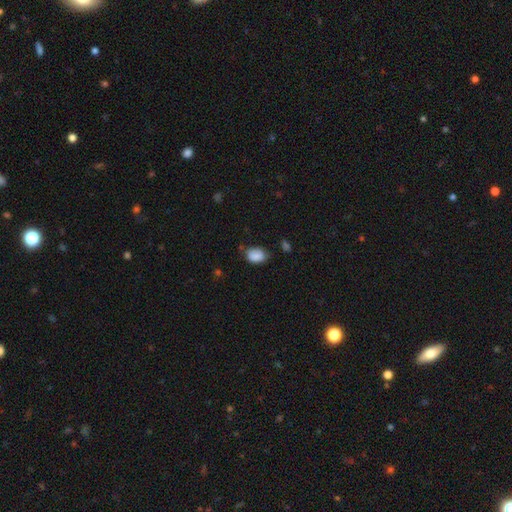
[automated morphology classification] Smooth or featured: smooth — 87% (star or artifact — 8%)
How rounded: in between — 79% (round — 20%)
Merging: none — 64% (minor disturbance — 26%)